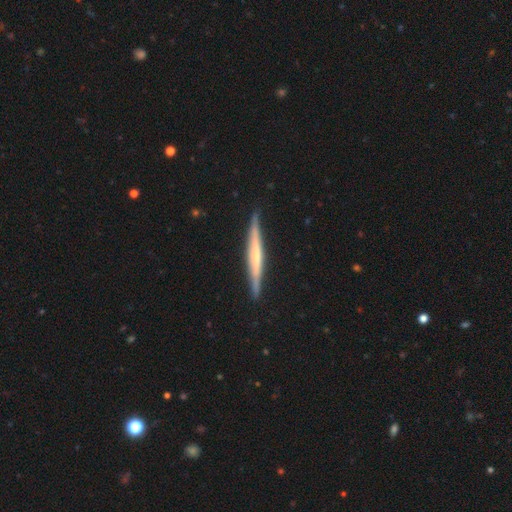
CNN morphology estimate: Smooth or featured? Predicted: featured or disk (p=0.64). Edge-on disk? Predicted: yes (p=0.97). Edge-on bulge? Predicted: none (p=0.51). Merging? Predicted: none (p=0.88).